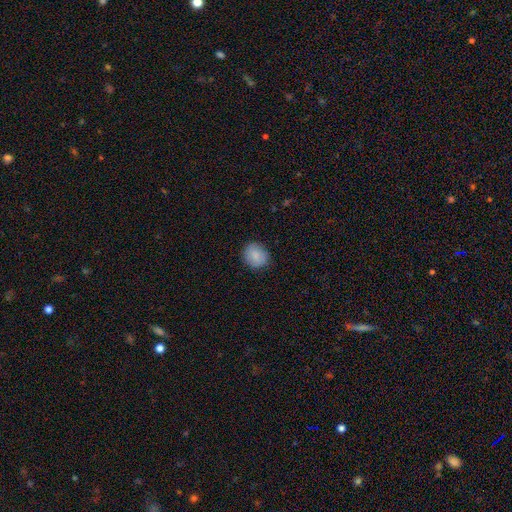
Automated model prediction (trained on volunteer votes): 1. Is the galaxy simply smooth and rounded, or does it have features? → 85% smooth, 8% featured or disk, 7% star or artifact.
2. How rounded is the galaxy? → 70% round, 29% in between, 1% cigar-shaped.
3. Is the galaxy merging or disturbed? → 85% none, 11% minor disturbance, 3% major disturbance, 1% merger.